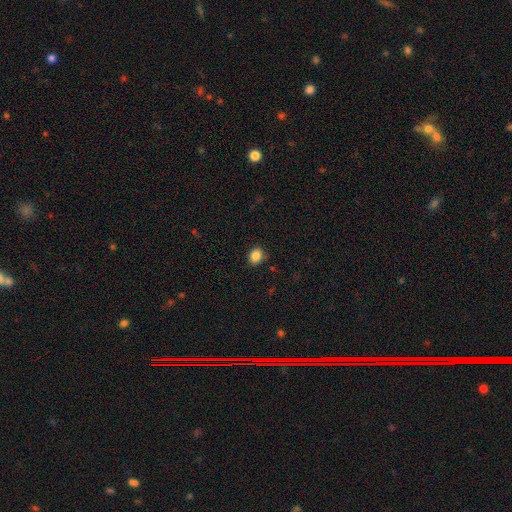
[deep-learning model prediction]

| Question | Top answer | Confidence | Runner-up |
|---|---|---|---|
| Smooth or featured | smooth | 86% | star or artifact (10%) |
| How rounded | round | 55% | in between (45%) |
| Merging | none | 84% | minor disturbance (12%) |